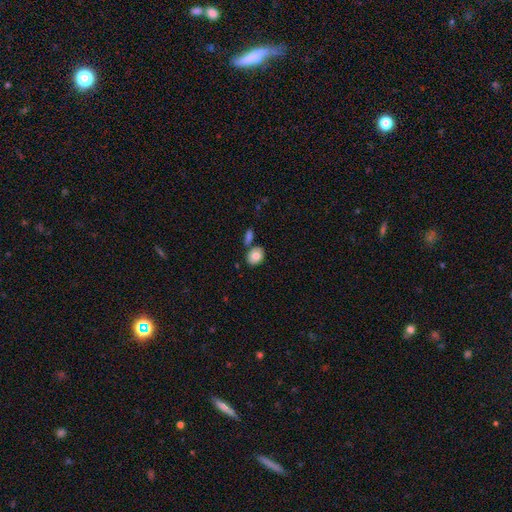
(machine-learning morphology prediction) Overall: smooth (79%). How rounded: in between (57%; round 42%). Merging: none (65%).